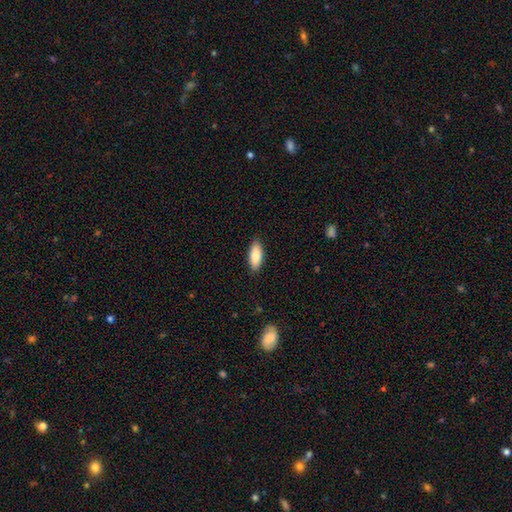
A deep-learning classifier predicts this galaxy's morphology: smooth_or_featured: smooth (p=0.83) [alt: featured or disk p=0.11]
how_rounded: in between (p=0.78) [alt: cigar-shaped p=0.20]
merging: none (p=0.89) [alt: minor disturbance p=0.08]